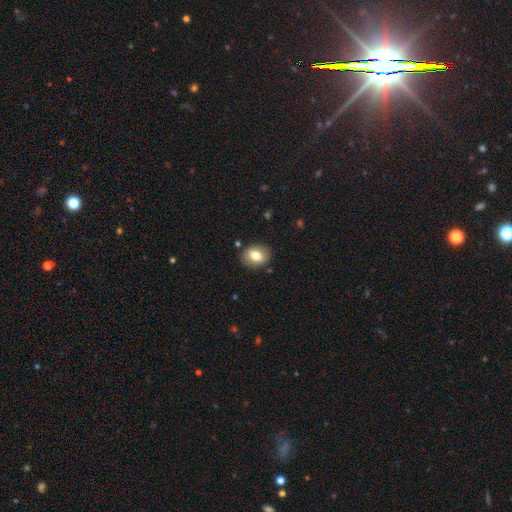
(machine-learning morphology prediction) smooth 75%, featured or disk 16%, star or artifact 8%. Down the decision tree: how rounded — round (50%); merging — none (86%).